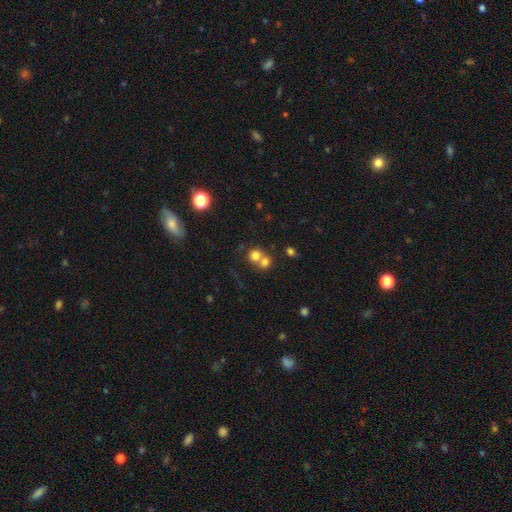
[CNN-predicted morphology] Smooth or featured: smooth — 74% (star or artifact — 14%)
How rounded: round — 84% (in between — 15%)
Merging: merger — 53% (none — 38%)